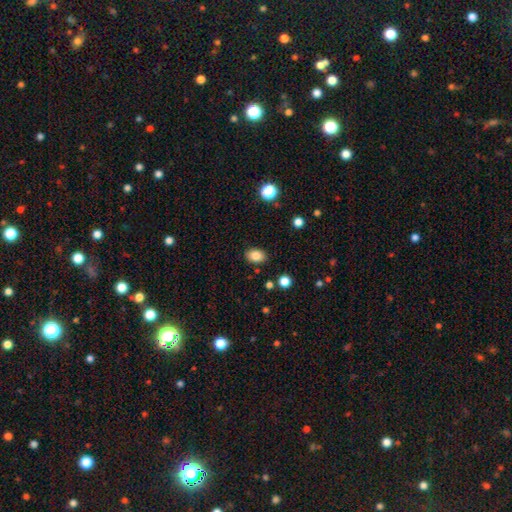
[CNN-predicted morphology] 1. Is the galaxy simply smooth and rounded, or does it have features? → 85% smooth, 9% star or artifact, 6% featured or disk.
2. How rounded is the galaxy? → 81% in between, 18% round, 1% cigar-shaped.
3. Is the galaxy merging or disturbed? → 86% none, 10% minor disturbance, 2% major disturbance, 2% merger.